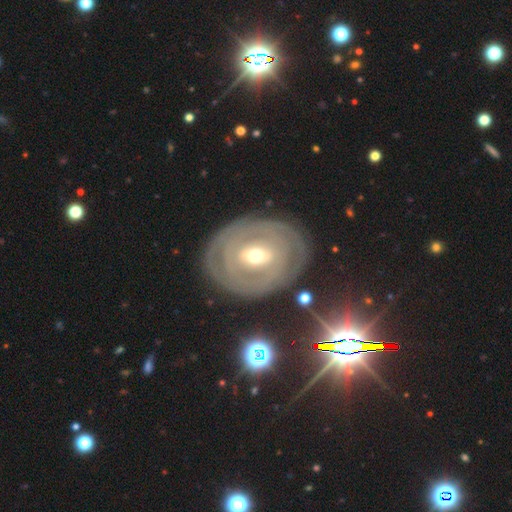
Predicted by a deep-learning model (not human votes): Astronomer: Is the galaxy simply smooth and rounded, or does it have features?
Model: featured or disk — 74%.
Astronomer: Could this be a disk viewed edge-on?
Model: no — 95%.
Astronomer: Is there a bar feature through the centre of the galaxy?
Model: no — 43% (runner-up: weak, 37%).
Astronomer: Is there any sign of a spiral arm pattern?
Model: yes — 61% (runner-up: no, 39%).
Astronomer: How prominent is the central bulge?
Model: moderate — 52% (runner-up: small, 42%).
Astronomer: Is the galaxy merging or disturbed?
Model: none — 78%.